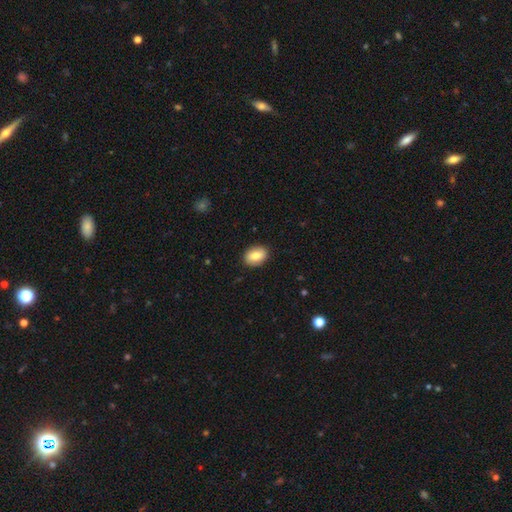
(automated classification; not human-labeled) This is clearly a smooth galaxy (82%). How rounded: likely in between (77%). Merging: clearly none (88%).